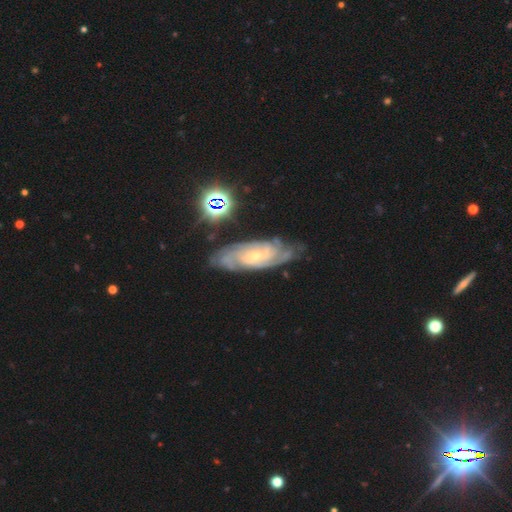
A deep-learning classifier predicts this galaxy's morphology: This appears to be a featured or disk galaxy (85%) with no bar (60%), tight (71%) spiral arms (97%) and a small central bulge (73%). Merging: none (73%).